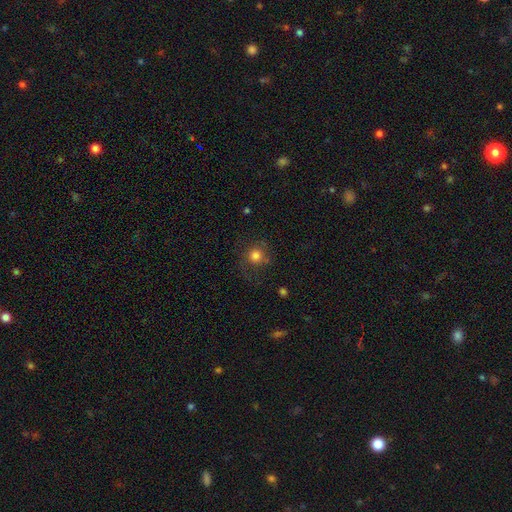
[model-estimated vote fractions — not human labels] A smooth galaxy with no disk features (77%) that is round (89%).

Vote fractions:
- Smooth or featured? smooth: 77% / star or artifact: 12% / featured or disk: 11%
- How rounded? round: 89% / in between: 10% / cigar-shaped: 1%
- Merging? none: 66% / minor disturbance: 17% / major disturbance: 14% / merger: 2%